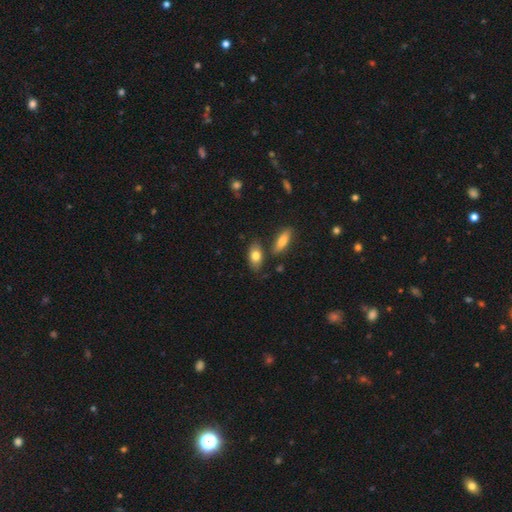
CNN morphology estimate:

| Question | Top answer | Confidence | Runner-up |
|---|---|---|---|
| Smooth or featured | smooth | 80% | featured or disk (13%) |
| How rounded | in between | 87% | round (7%) |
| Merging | none | 70% | minor disturbance (16%) |